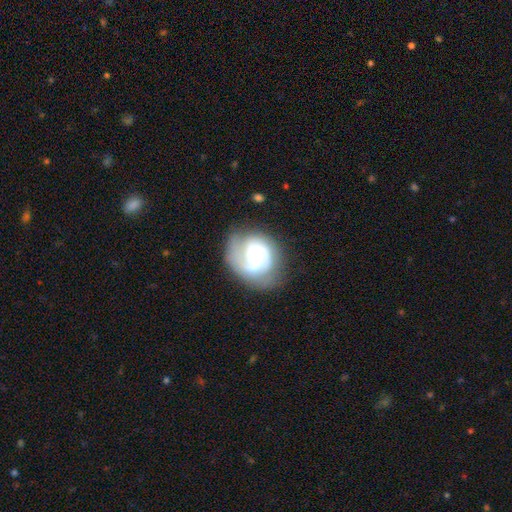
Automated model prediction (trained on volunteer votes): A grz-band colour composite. It shows a featured or disk galaxy (70%) with no bar (66%), 2 (38%) tight (47%) spiral arms (87%) and a small central bulge (42%). Merging: none (57%).